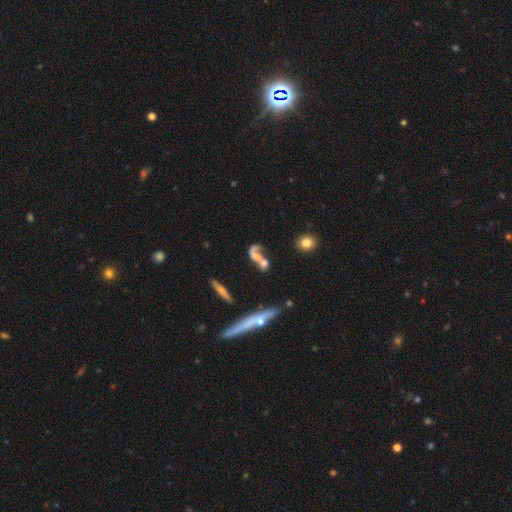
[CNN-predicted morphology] Smooth or featured?
  - featured or disk: 54% *
  - smooth: 33%
  - star or artifact: 13%
Edge-on disk?
  - no: 87% *
  - yes: 13%
Merging?
  - merger: 45% *
  - none: 23%
  - major disturbance: 21%
  - minor disturbance: 11%